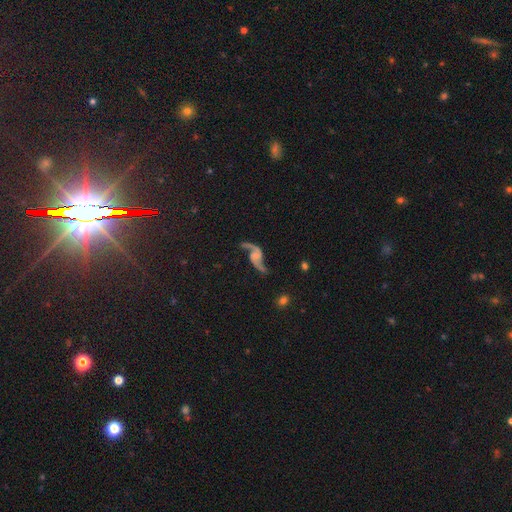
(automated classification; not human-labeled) Smooth or featured: featured or disk — 90% (star or artifact — 5%)
Edge-on disk: no — 97% (yes — 3%)
Bar: no — 56% (weak — 34%)
Spiral arms: yes — 97% (no — 3%)
Spiral winding: loose — 86% (medium — 11%)
Spiral arm count: 2 — 94% (1 — 2%)
Bulge size: none — 47% (small — 31%)
Merging: none — 70% (minor disturbance — 16%)